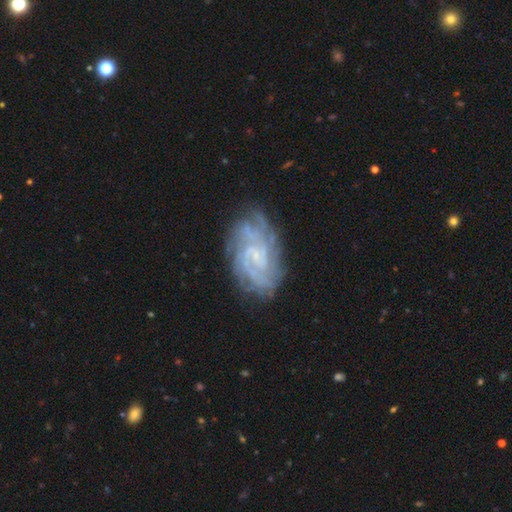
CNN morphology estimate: Smooth or featured? featured or disk (81%)
Edge-on disk? no (97%)
Bar? no (52%)
Spiral arms? yes (94%)
Spiral winding? tight (63%)
Spiral arm count? can't tell (39%)
Bulge size? small (66%)
Merging? none (74%)